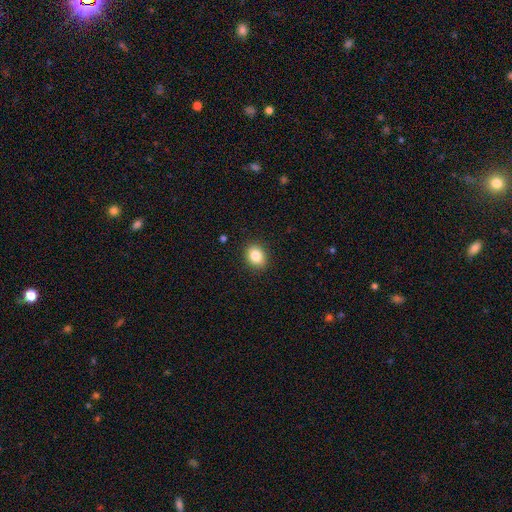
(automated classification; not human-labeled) Smooth or featured: smooth — 84% (star or artifact — 10%)
How rounded: in between — 51% (round — 48%)
Merging: none — 89% (minor disturbance — 8%)